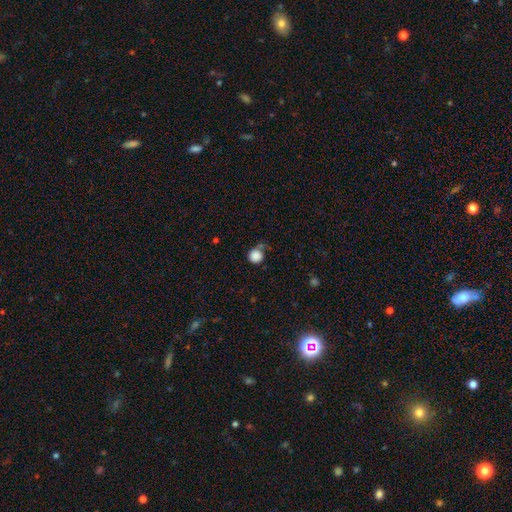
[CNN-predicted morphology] The model was most divided on "merging": none: 60%, minor disturbance: 22%, major disturbance: 10%, merger: 8%. More confident: how rounded — round (91%); smooth or featured — smooth (86%).